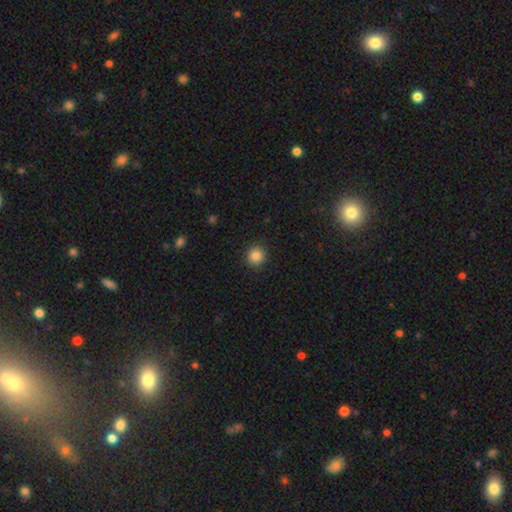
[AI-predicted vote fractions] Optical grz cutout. It shows a smooth galaxy with no disk features (86%) that is round (94%). Merging: none (92%).